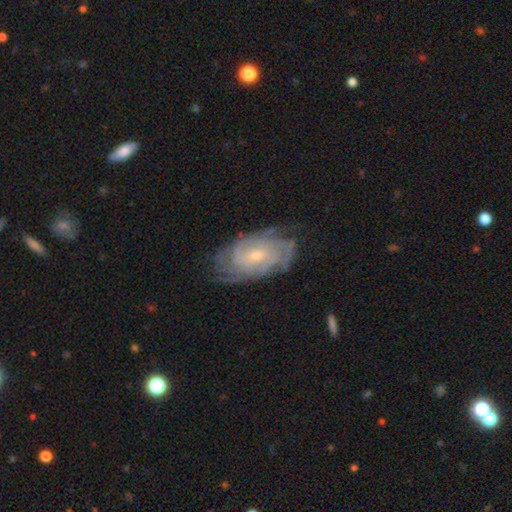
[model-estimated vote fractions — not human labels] smooth_or_featured: featured or disk (p=0.82) [alt: smooth p=0.12]
disk_edge_on: no (p=0.96) [alt: yes p=0.04]
bar: no (p=0.58) [alt: weak p=0.36]
has_spiral_arms: yes (p=0.95) [alt: no p=0.05]
spiral_winding: tight (p=0.70) [alt: medium p=0.24]
spiral_arm_count: can't tell (p=0.44) [alt: 4 p=0.16]
bulge_size: small (p=0.57) [alt: moderate p=0.38]
merging: none (p=0.72) [alt: minor disturbance p=0.20]